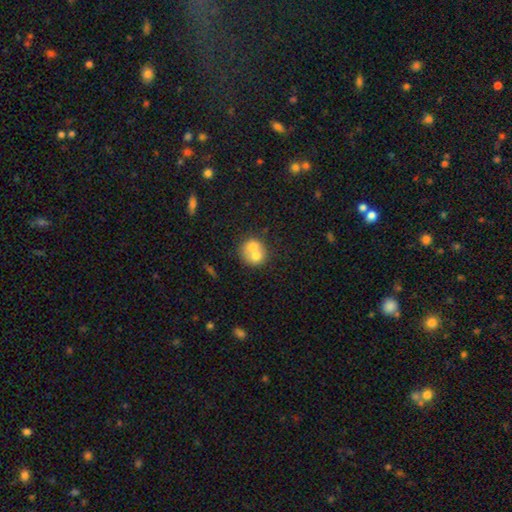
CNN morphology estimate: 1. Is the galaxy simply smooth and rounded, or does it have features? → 63% smooth, 29% featured or disk, 8% star or artifact.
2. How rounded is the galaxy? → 76% round, 23% in between, 1% cigar-shaped.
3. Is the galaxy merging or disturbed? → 66% merger, 25% none, 6% minor disturbance, 3% major disturbance.